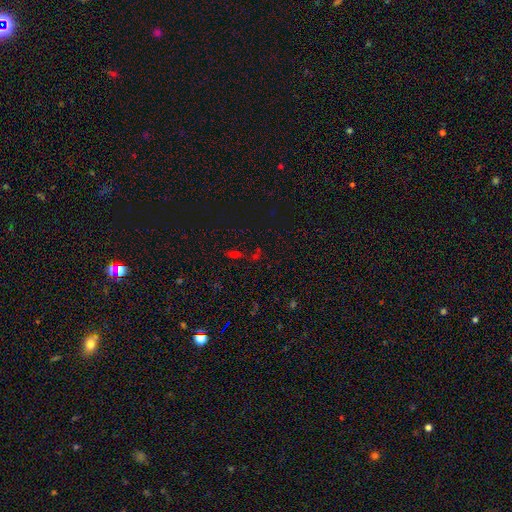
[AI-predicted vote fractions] A star or artifact, not a galaxy (59%).